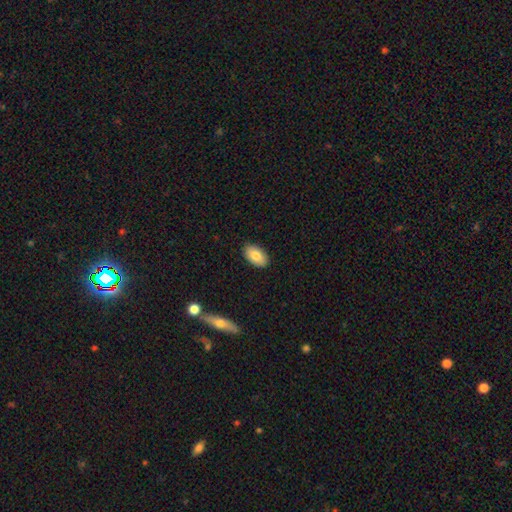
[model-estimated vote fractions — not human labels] Overall: smooth (81%). How rounded: in between (94%). Merging: none (89%).